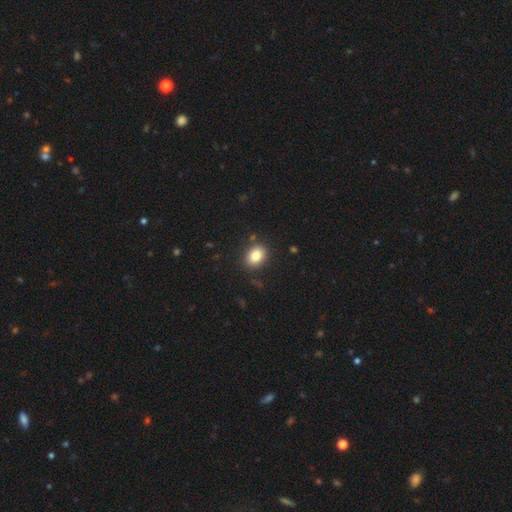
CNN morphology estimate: Q: Smooth or featured?
A: smooth (84%); runner-up: star or artifact (9%)
Q: How rounded?
A: in between (63%); runner-up: round (36%)
Q: Merging?
A: none (87%); runner-up: minor disturbance (9%)